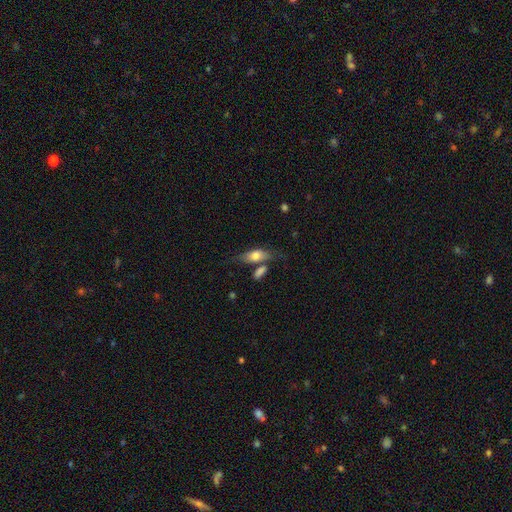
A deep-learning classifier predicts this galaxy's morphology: A smooth galaxy with no disk features (67%) that is in between round and cigar-shaped (73%).

Vote fractions:
- Smooth or featured? smooth: 67% / featured or disk: 27% / star or artifact: 7%
- How rounded? in between: 73% / cigar-shaped: 23% / round: 4%
- Merging? none: 54% / merger: 20% / minor disturbance: 19% / major disturbance: 7%